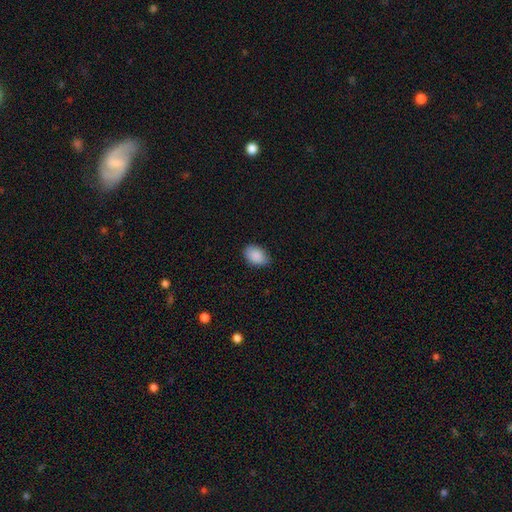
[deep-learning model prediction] A smooth galaxy with no disk features (89%) that is in between round and cigar-shaped (88%).

Vote fractions:
- Smooth or featured? smooth: 89% / star or artifact: 7% / featured or disk: 4%
- How rounded? in between: 88% / round: 11% / cigar-shaped: 1%
- Merging? none: 79% / minor disturbance: 18% / major disturbance: 3% / merger: 1%